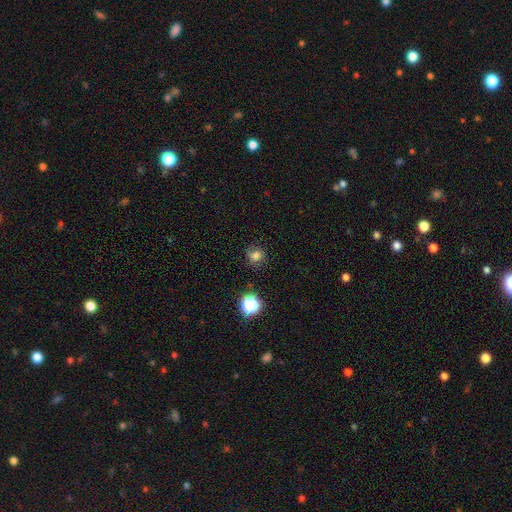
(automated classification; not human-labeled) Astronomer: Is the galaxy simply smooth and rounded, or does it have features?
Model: smooth — 68%.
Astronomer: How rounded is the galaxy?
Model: round — 76%.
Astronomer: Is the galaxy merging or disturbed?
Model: none — 69%.